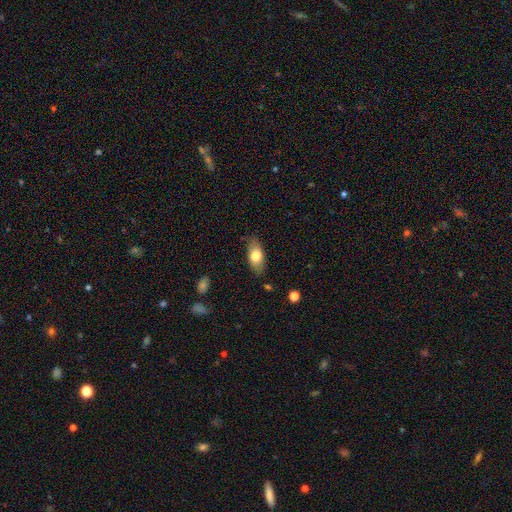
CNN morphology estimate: Smooth or featured?
  - smooth: 75% *
  - featured or disk: 18%
  - star or artifact: 7%
How rounded?
  - in between: 88% *
  - cigar-shaped: 8%
  - round: 4%
Merging?
  - none: 80% *
  - minor disturbance: 16%
  - major disturbance: 3%
  - merger: 2%